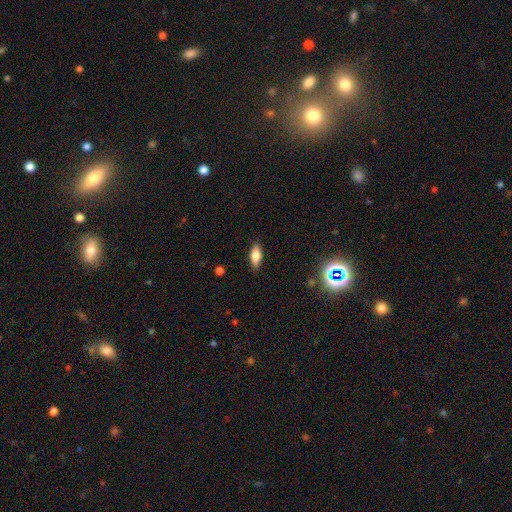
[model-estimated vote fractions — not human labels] smooth_or_featured: smooth (p=0.74) [alt: featured or disk p=0.17]
how_rounded: in between (p=0.77) [alt: cigar-shaped p=0.20]
merging: none (p=0.87) [alt: minor disturbance p=0.10]